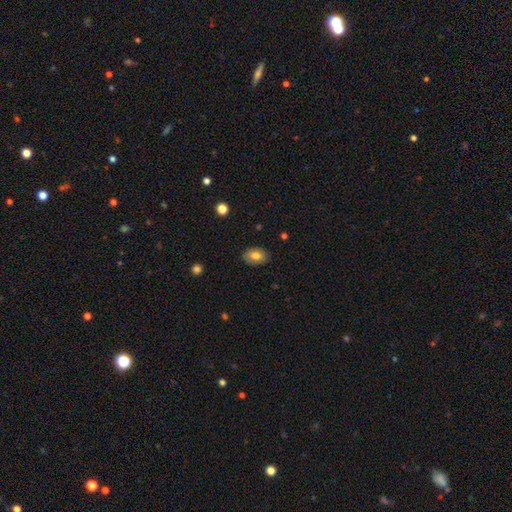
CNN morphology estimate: The model was most divided on "smooth or featured": smooth: 77%, featured or disk: 15%, star or artifact: 8%. More confident: how rounded — in between (86%); merging — none (86%).